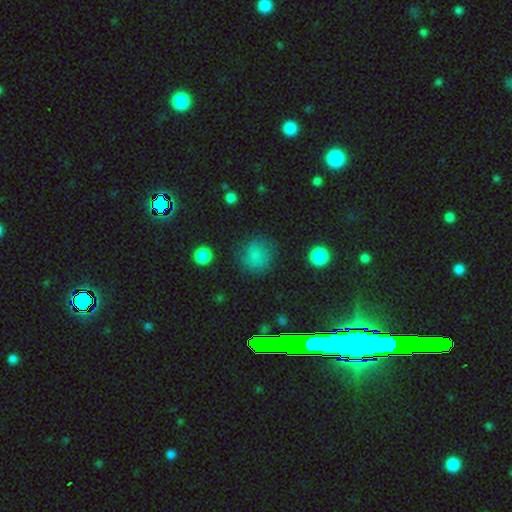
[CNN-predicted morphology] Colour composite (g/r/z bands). It shows a smooth galaxy with no disk features (73%) that is round (87%). Merging: none (74%).